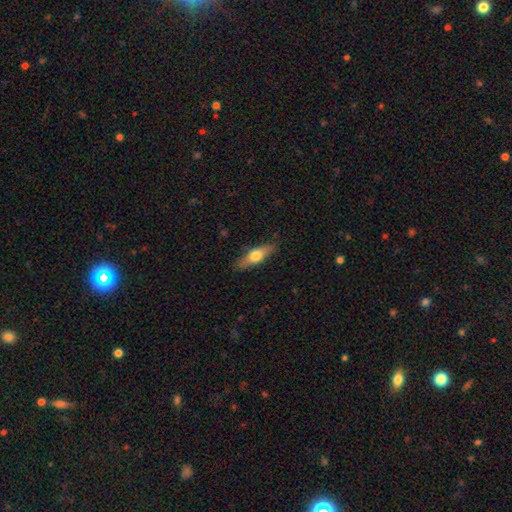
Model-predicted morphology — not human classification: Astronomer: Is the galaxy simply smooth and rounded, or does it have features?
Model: smooth — 56% (runner-up: featured or disk, 38%).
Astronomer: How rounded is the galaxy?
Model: in between — 50% (runner-up: cigar-shaped, 47%).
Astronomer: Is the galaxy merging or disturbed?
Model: none — 85%.